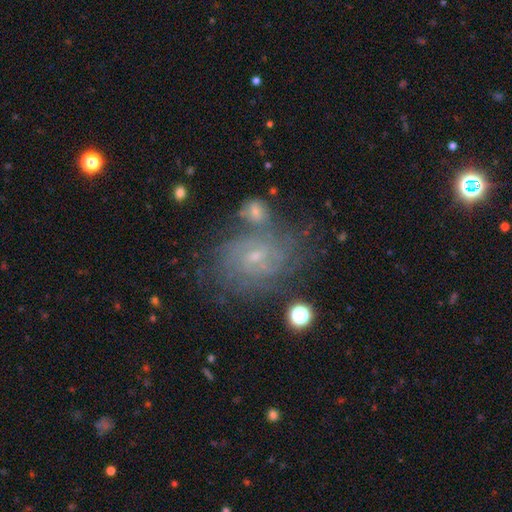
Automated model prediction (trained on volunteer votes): Smooth or featured: featured or disk — 68% (smooth — 16%)
Edge-on disk: no — 96% (yes — 4%)
Bar: no — 55% (weak — 37%)
Spiral arms: yes — 89% (no — 11%)
Spiral winding: tight — 66% (medium — 26%)
Spiral arm count: can't tell — 52% (2 — 15%)
Bulge size: small — 79% (moderate — 16%)
Merging: none — 64% (minor disturbance — 16%)